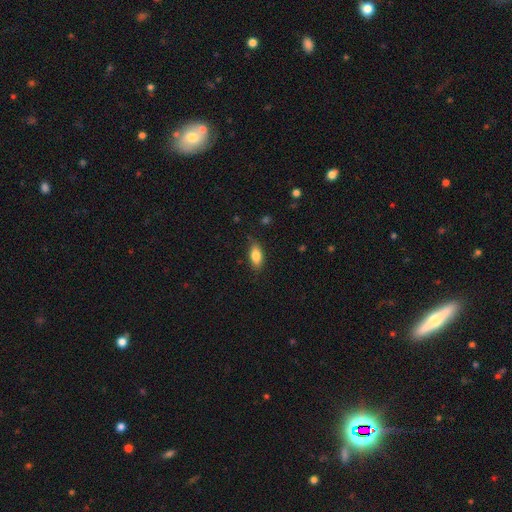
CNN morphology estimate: Overall: smooth (80%). How rounded: in between (84%). Merging: none (80%).